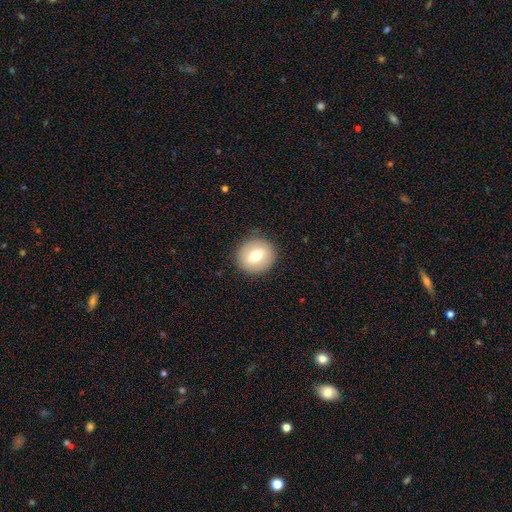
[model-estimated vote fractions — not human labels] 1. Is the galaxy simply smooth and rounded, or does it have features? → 68% smooth, 24% featured or disk, 8% star or artifact.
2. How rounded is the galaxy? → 85% round, 14% in between, 1% cigar-shaped.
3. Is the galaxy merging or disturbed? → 88% none, 8% minor disturbance, 3% major disturbance, 1% merger.